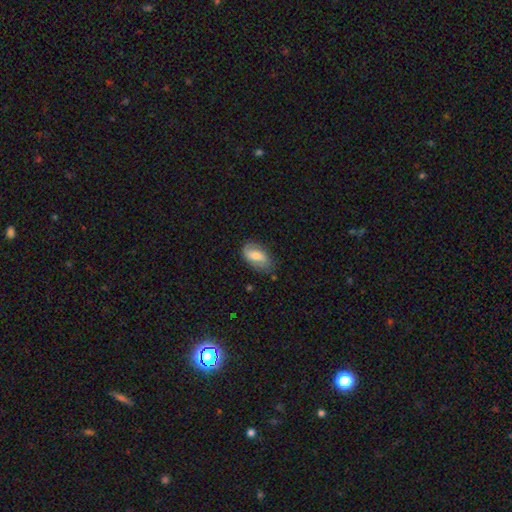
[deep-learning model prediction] Smooth or featured?
  - smooth: 66% *
  - featured or disk: 27%
  - star or artifact: 7%
How rounded?
  - in between: 91% *
  - round: 5%
  - cigar-shaped: 5%
Merging?
  - none: 69% *
  - minor disturbance: 24%
  - major disturbance: 6%
  - merger: 2%